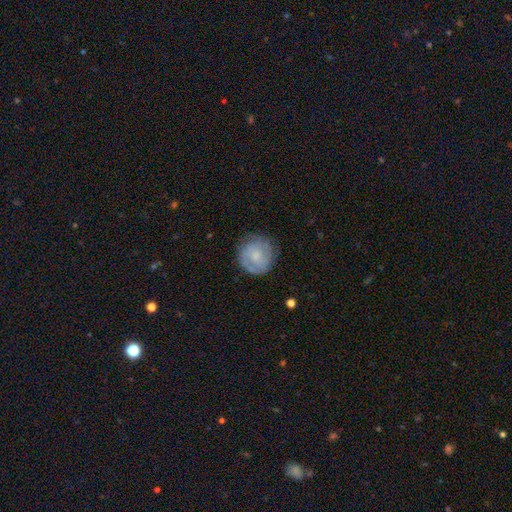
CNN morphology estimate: smooth_or_featured: featured or disk (p=0.51) [alt: smooth p=0.43]
disk_edge_on: no (p=0.98) [alt: yes p=0.02]
merging: none (p=0.76) [alt: minor disturbance p=0.17]